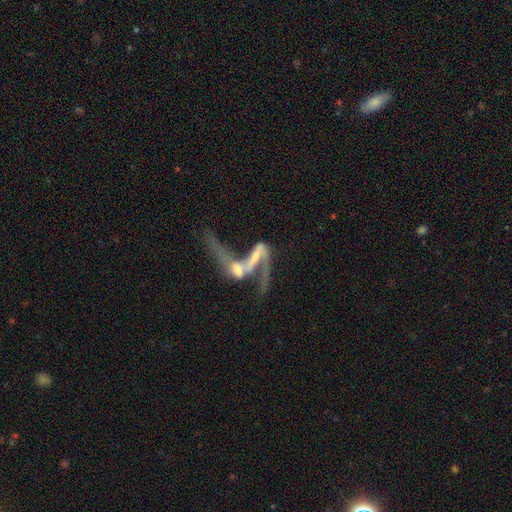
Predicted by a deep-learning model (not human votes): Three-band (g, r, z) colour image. It shows a featured or disk galaxy (70%) with no bar (45%), spiral arms (59%) and no central bulge (40%). Merging: merger (67%).